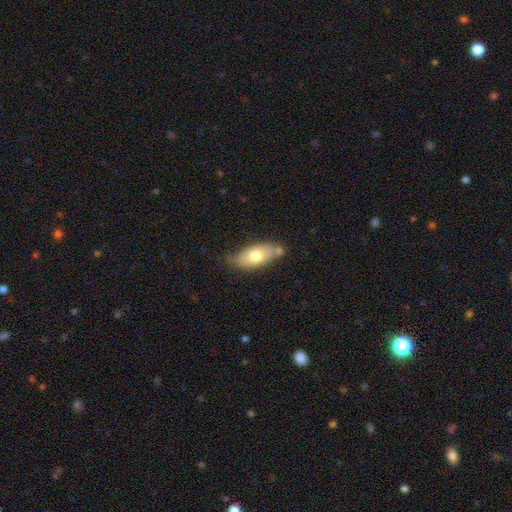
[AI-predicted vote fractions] A smooth galaxy with no disk features (67%) that is in between round and cigar-shaped (86%). Merging: none (59%).